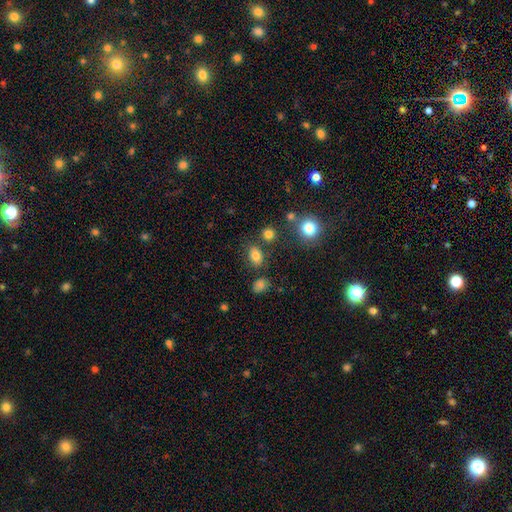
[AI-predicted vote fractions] smooth 80%, star or artifact 13%, featured or disk 7%. Down the decision tree: how rounded — in between (73%); merging — none (77%).